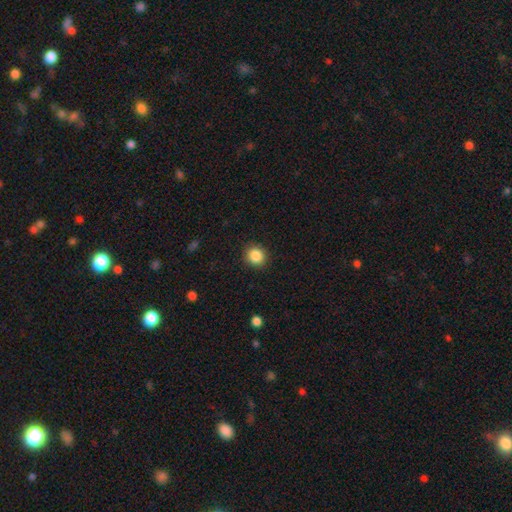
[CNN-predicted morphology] Smooth or featured? Predicted: smooth (p=0.87). How rounded? Predicted: round (p=0.83). Merging? Predicted: none (p=0.90).